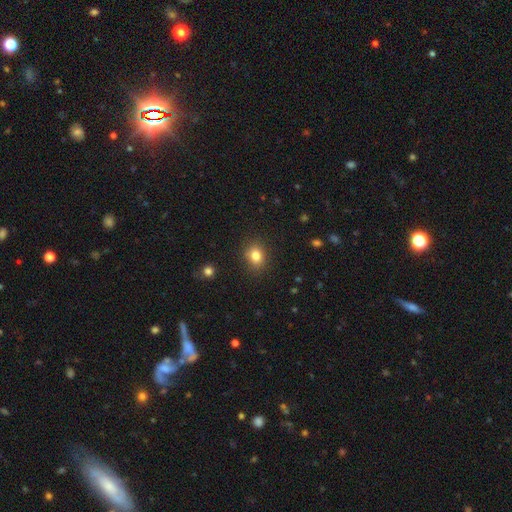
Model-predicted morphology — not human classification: Smooth or featured?
  - smooth: 82% *
  - star or artifact: 11%
  - featured or disk: 7%
How rounded?
  - round: 57% *
  - in between: 43%
  - cigar-shaped: 1%
Merging?
  - none: 86% *
  - minor disturbance: 10%
  - major disturbance: 3%
  - merger: 1%